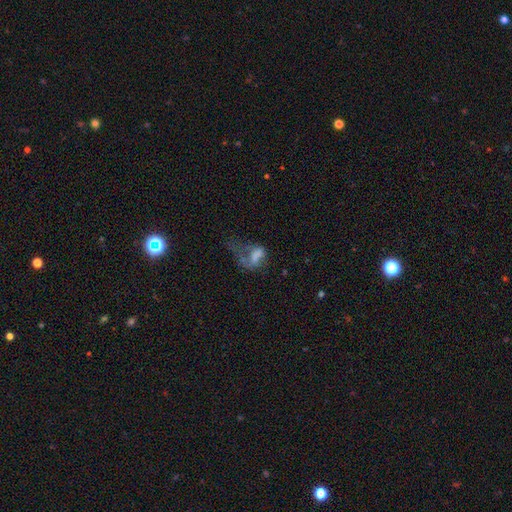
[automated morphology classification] Q: Smooth or featured?
A: smooth (53%); runner-up: featured or disk (33%)
Q: How rounded?
A: in between (82%); runner-up: round (14%)
Q: Merging?
A: major disturbance (61%); runner-up: none (14%)